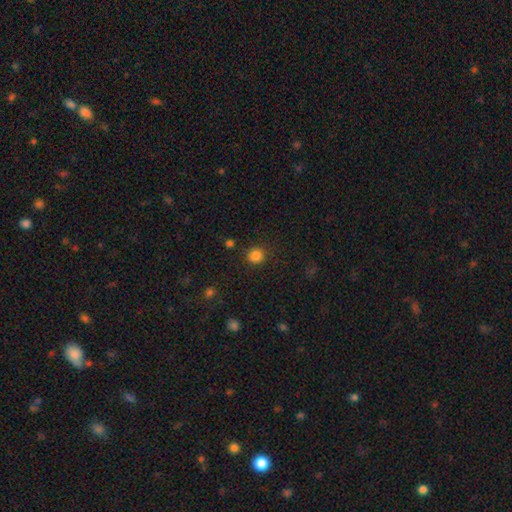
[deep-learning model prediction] This appears to be a smooth galaxy with no disk features (84%) that is round (91%). Merging: none (89%).